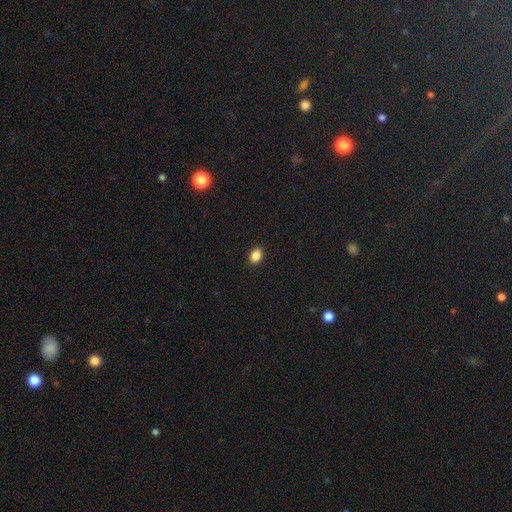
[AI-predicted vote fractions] This appears to be a smooth galaxy with no disk features (87%) that is in between round and cigar-shaped (68%). Merging: none (91%).